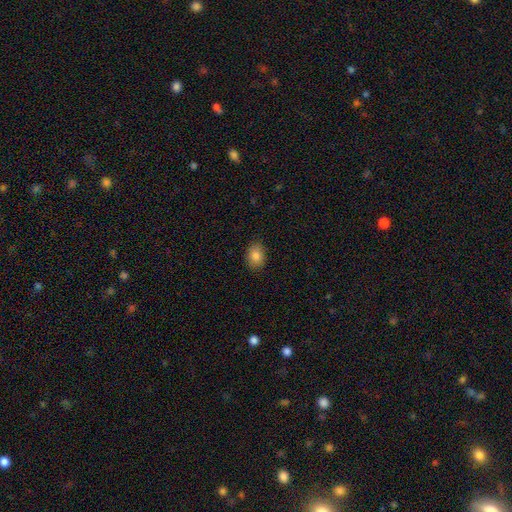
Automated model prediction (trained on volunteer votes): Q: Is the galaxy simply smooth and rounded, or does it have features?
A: smooth — 84%.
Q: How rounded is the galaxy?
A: in between — 75%.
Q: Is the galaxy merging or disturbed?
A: none — 87%.